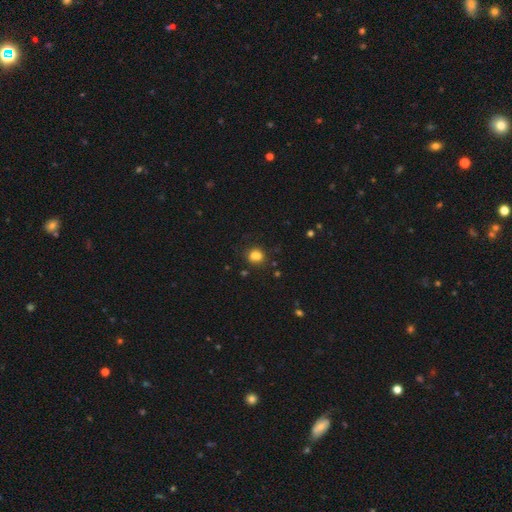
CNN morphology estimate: Overall: smooth (79%). How rounded: round (68%; in between 31%). Merging: none (65%).